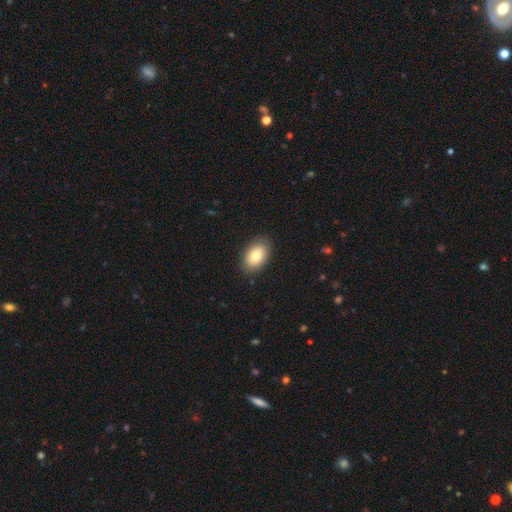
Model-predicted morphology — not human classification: type=smooth (80%); roundness=in between (89%); merging=none (87%).